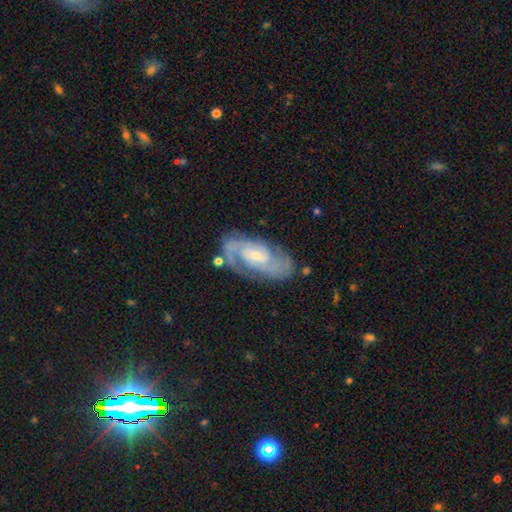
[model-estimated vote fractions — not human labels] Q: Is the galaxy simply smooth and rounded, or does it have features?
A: featured or disk — 87%.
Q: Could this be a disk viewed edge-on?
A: no — 95%.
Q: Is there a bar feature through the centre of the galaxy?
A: no — 44%, tied with weak.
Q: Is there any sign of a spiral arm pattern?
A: yes — 97%.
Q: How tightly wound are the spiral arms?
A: tight — 53%.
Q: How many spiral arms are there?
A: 2 — 75%.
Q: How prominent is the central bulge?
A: small — 65%.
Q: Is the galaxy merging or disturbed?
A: none — 75%.